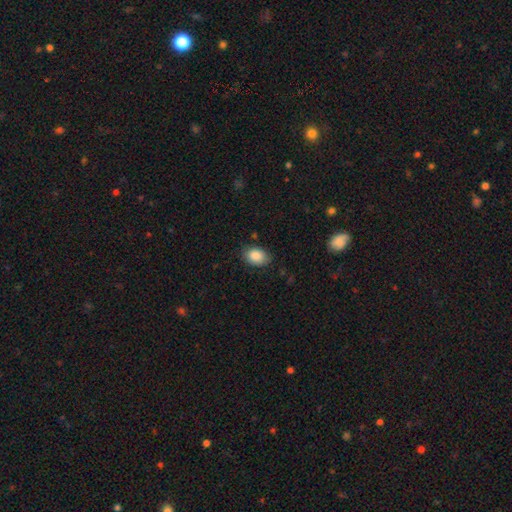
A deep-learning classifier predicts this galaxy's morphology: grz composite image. It shows a smooth galaxy with no disk features (88%) that is in between round and cigar-shaped (78%). Merging: none (80%).